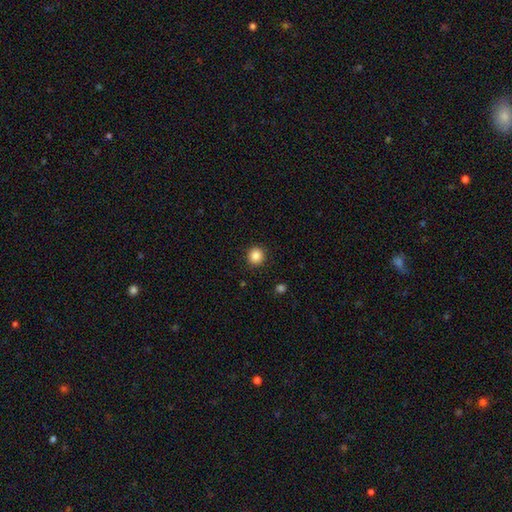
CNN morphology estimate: Overall: smooth (86%). How rounded: round (91%). Merging: none (91%).